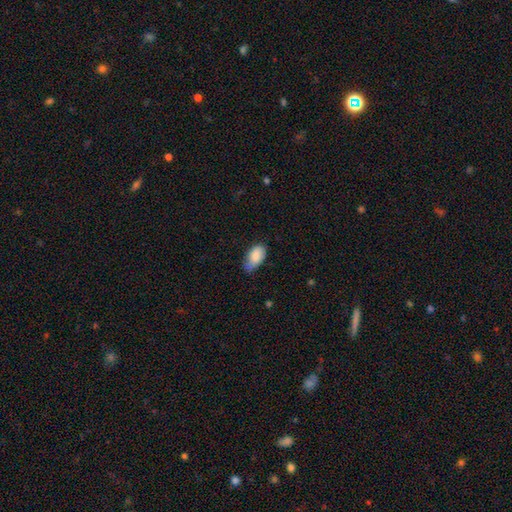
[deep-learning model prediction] This is clearly a smooth galaxy (83%). How rounded: clearly in between (94%). Merging: possibly none (53%).